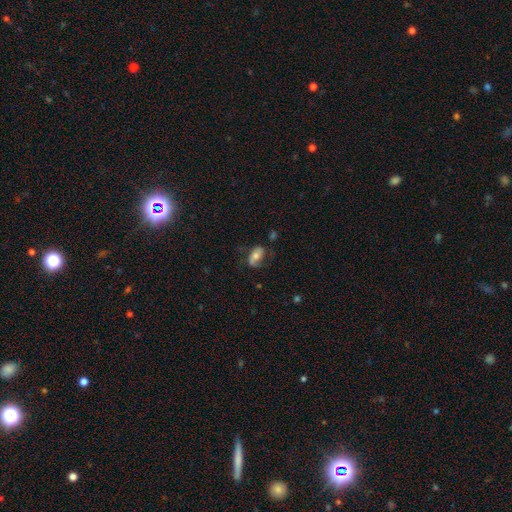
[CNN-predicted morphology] Smooth or featured? Predicted: smooth (p=0.47). Merging? Predicted: none (p=0.57).